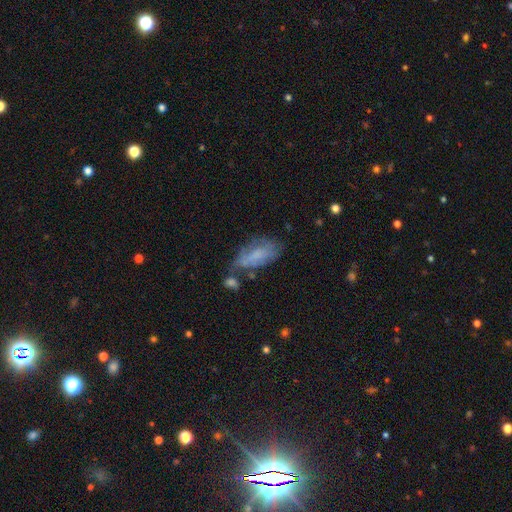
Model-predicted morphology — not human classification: This appears to be a smooth galaxy with no disk features (56%) that is in between round and cigar-shaped (86%). Merging: none (39%).